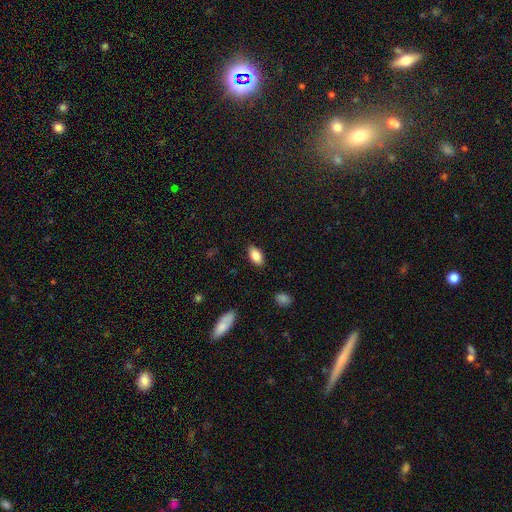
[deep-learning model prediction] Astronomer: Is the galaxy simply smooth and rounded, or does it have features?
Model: smooth — 87%.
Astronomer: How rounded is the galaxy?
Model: in between — 92%.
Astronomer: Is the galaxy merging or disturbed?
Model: none — 87%.